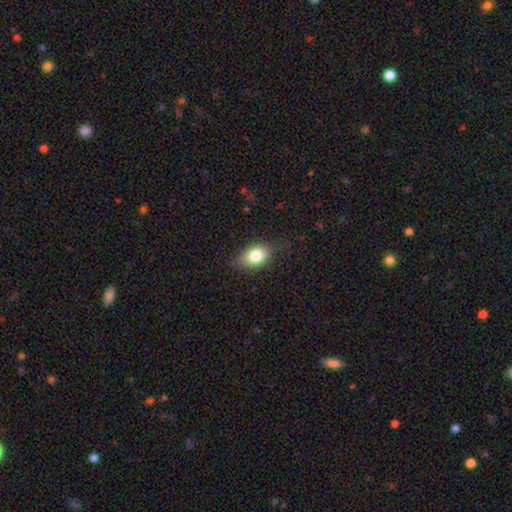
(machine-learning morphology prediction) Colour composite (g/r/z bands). It shows a smooth galaxy with no disk features (77%) that is in between round and cigar-shaped (75%). Merging: none (71%).